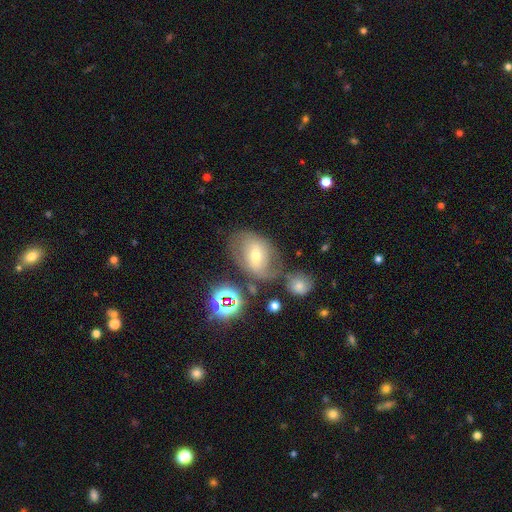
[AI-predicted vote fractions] Smooth or featured?
  - featured or disk: 46% *
  - smooth: 38%
  - star or artifact: 16%
Merging?
  - none: 49% *
  - minor disturbance: 23%
  - major disturbance: 15%
  - merger: 13%